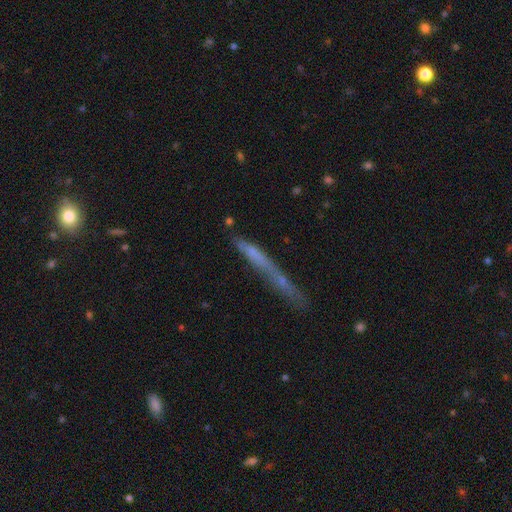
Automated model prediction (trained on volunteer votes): Q: Smooth or featured?
A: smooth (48%); runner-up: featured or disk (40%)
Q: Merging?
A: none (58%); runner-up: minor disturbance (20%)